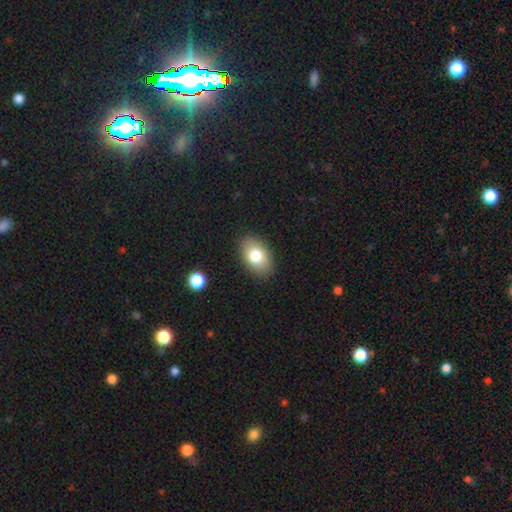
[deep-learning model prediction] Smooth or featured? Predicted: smooth (p=0.78). How rounded? Predicted: in between (p=0.88). Merging? Predicted: none (p=0.87).